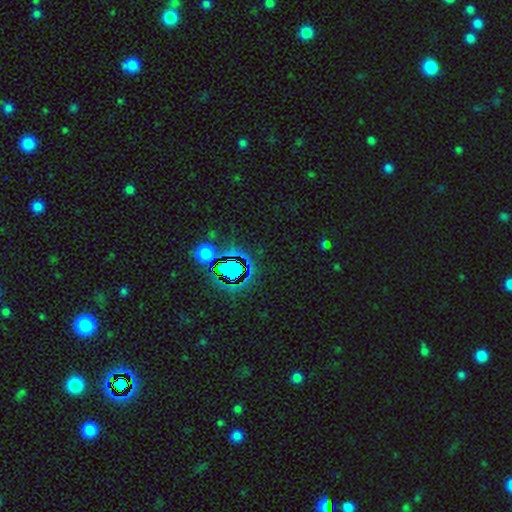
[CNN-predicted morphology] This is likely a star or artifact rather than a galaxy (78%).